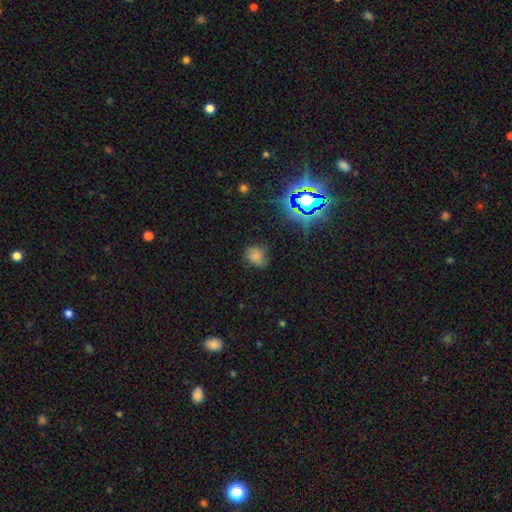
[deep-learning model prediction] The model was most divided on "how rounded": round: 54%, in between: 45%, cigar-shaped: 1%. More confident: smooth or featured — smooth (66%); merging — none (64%).